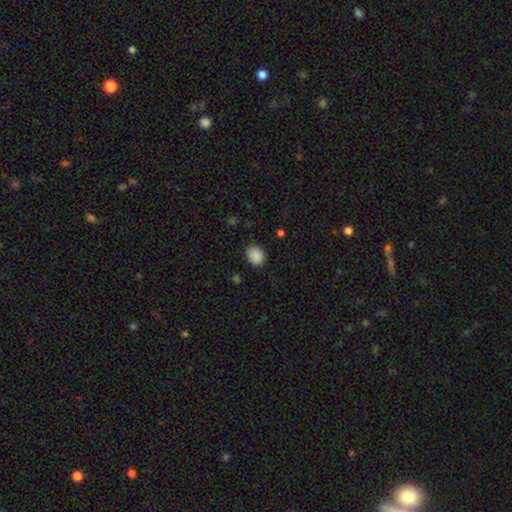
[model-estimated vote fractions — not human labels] smooth_or_featured: smooth (p=0.88) [alt: star or artifact p=0.09]
how_rounded: round (p=0.62) [alt: in between p=0.37]
merging: none (p=0.86) [alt: minor disturbance p=0.11]